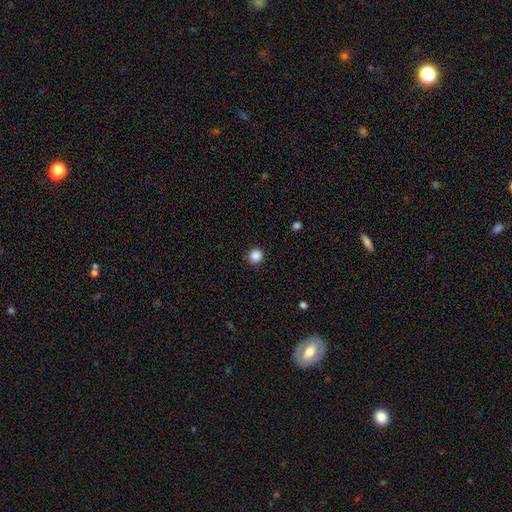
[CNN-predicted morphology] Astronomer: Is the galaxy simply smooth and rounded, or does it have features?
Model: smooth — 86%.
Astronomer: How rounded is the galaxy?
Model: round — 95%.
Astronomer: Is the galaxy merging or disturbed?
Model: none — 91%.